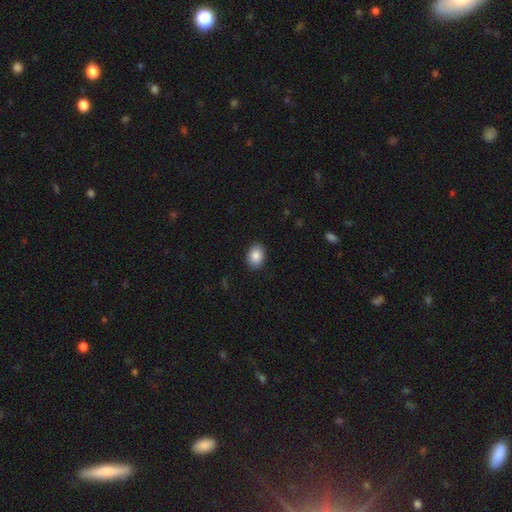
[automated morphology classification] Smooth or featured? smooth (87%)
How rounded? in between (76%)
Merging? none (90%)